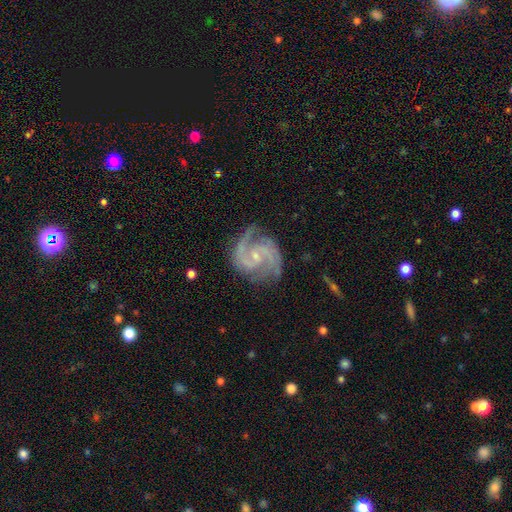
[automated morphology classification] This is clearly a featured or disk galaxy (92%). It is clearly not viewed edge-on (98%). Bar: possibly no (54%). Spiral arm pattern: clearly yes (98%). Spiral arm count: likely 2 (75%). Spiral winding: possibly medium (57%). Central bulge: likely small (75%). Merging: likely none (76%).